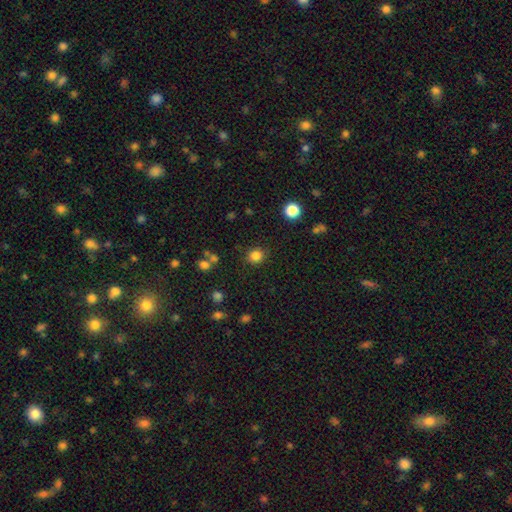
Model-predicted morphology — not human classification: Smooth or featured? smooth (84%)
How rounded? round (84%)
Merging? none (86%)